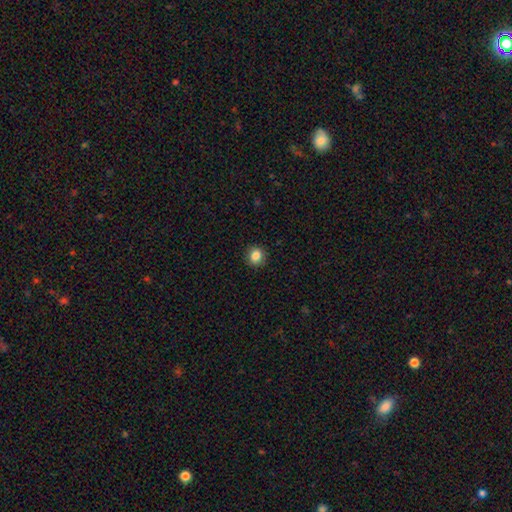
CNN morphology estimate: A smooth galaxy with no disk features (85%) that is round (84%). Merging: none (91%).